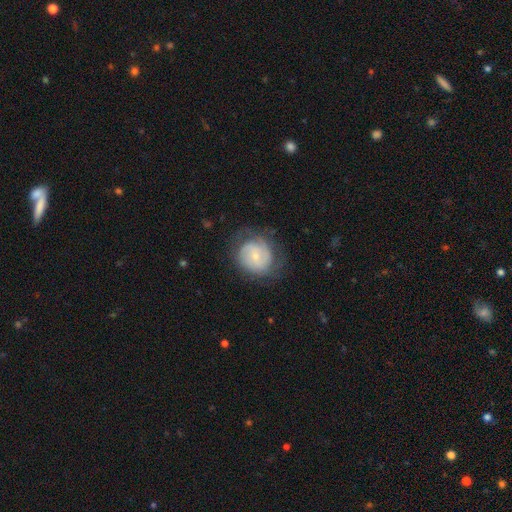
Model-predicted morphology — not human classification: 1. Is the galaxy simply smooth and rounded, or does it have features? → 66% featured or disk, 28% smooth, 6% star or artifact.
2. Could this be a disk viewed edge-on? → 98% no, 2% yes.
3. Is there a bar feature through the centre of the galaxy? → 61% no, 34% weak, 6% strong.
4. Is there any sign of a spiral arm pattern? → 88% yes, 12% no.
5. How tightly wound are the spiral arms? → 52% tight, 35% medium, 13% loose.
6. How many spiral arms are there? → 44% 2, 31% can't tell, 12% 3, 7% 1, 3% 4, 3% more than 4.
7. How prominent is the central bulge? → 70% small, 24% moderate, 3% none, 2% large, 1% dominant.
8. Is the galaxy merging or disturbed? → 63% none, 22% minor disturbance, 13% major disturbance, 1% merger.